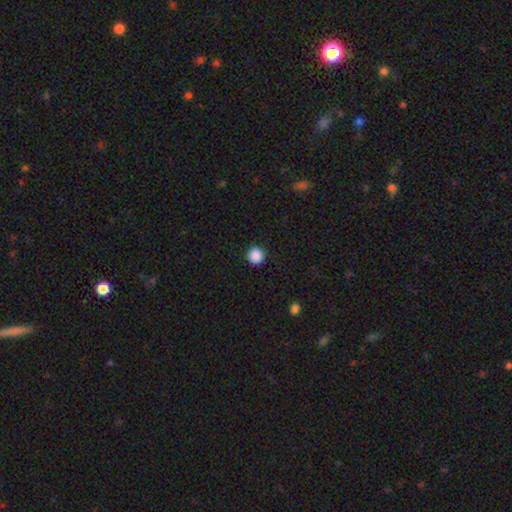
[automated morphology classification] type=smooth (89%); roundness=round (96%); merging=none (93%).